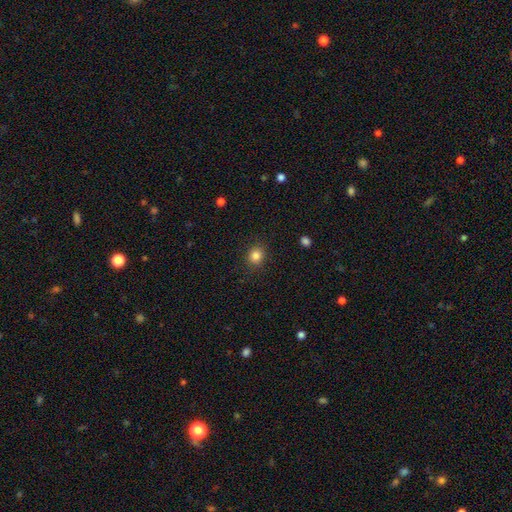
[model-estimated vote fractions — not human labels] A smooth galaxy with no disk features (84%) that is round (81%).

Vote fractions:
- Smooth or featured? smooth: 84% / star or artifact: 11% / featured or disk: 5%
- How rounded? round: 81% / in between: 18% / cigar-shaped: 1%
- Merging? none: 89% / minor disturbance: 8% / major disturbance: 3% / merger: 1%